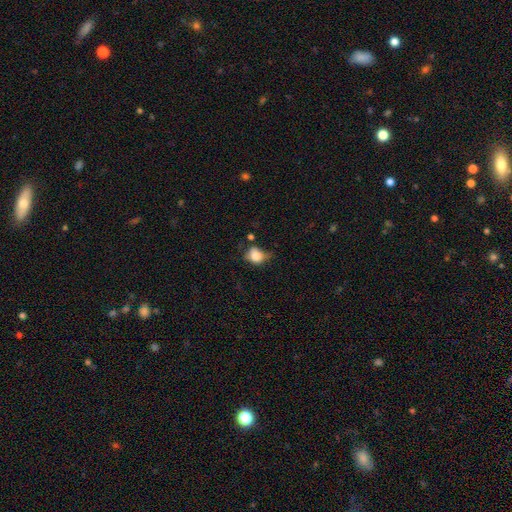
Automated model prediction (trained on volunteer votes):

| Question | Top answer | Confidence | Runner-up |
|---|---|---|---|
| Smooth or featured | smooth | 78% | featured or disk (12%) |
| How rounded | round | 59% | in between (39%) |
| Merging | none | 40% | minor disturbance (37%) |